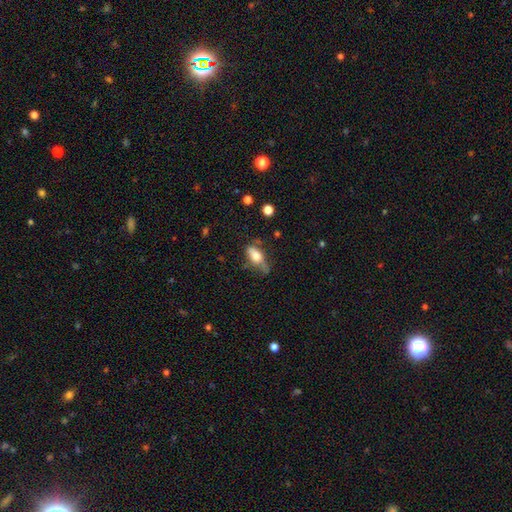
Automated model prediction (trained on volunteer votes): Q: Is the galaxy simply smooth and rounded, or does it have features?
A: smooth — 68%.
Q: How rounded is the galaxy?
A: in between — 82%.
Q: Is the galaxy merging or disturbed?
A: none — 43%.